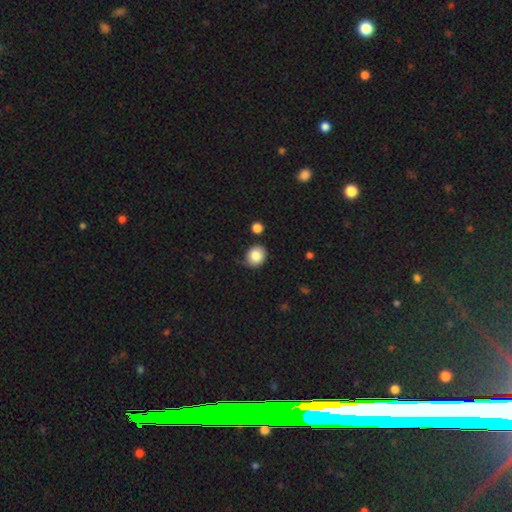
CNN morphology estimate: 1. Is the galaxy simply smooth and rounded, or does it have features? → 84% smooth, 9% star or artifact, 7% featured or disk.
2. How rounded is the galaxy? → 75% round, 24% in between, 1% cigar-shaped.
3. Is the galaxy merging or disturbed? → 74% none, 18% minor disturbance, 4% major disturbance, 4% merger.